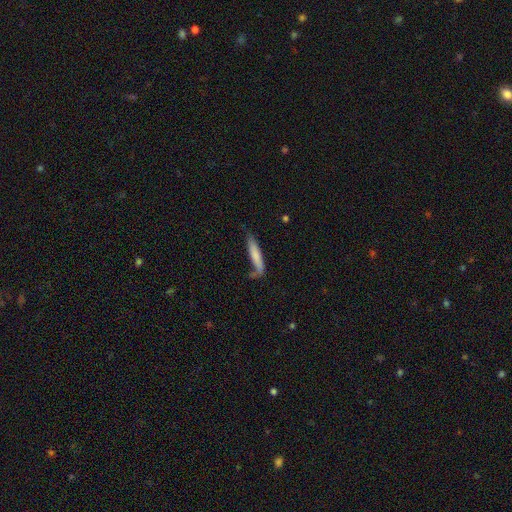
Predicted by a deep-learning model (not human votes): This is likely a smooth galaxy (72%). How rounded: clearly cigar-shaped (86%). Merging: possibly none (57%).